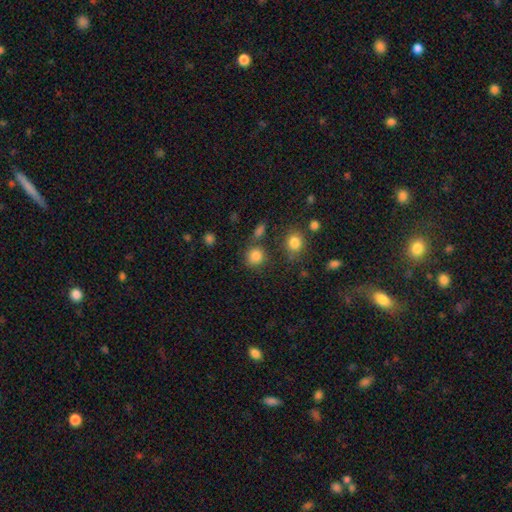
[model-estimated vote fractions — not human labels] Smooth or featured?
  - smooth: 83% *
  - star or artifact: 12%
  - featured or disk: 5%
How rounded?
  - round: 86% *
  - in between: 13%
  - cigar-shaped: 1%
Merging?
  - none: 76% *
  - minor disturbance: 11%
  - merger: 9%
  - major disturbance: 4%